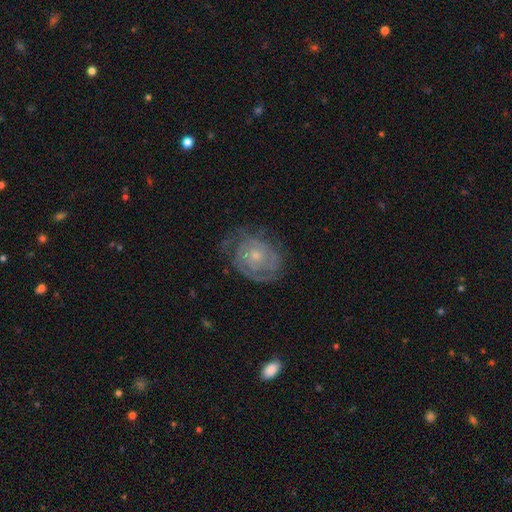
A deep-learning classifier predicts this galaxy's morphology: Smooth or featured? Predicted: featured or disk (p=0.80). Edge-on disk? Predicted: no (p=0.97). Bar? Predicted: no (p=0.79). Spiral arms? Predicted: yes (p=0.89). Spiral winding? Predicted: tight (p=0.71). Spiral arm count? Predicted: can't tell (p=0.39). Bulge size? Predicted: small (p=0.62). Merging? Predicted: none (p=0.65).